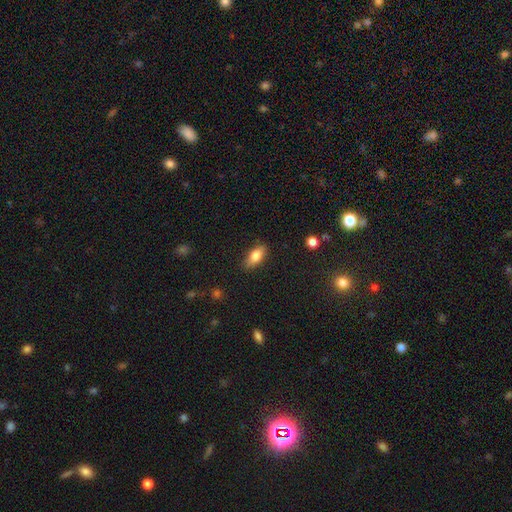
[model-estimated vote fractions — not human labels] Smooth or featured? smooth (78%)
How rounded? in between (83%)
Merging? none (83%)